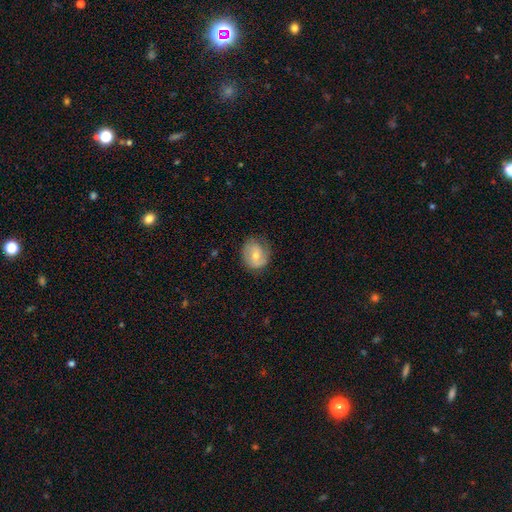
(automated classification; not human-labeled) Smooth or featured? featured or disk (55%)
Edge-on disk? no (97%)
Bar? no (48%)
Spiral arms? yes (84%)
Bulge size? moderate (55%)
Merging? none (71%)